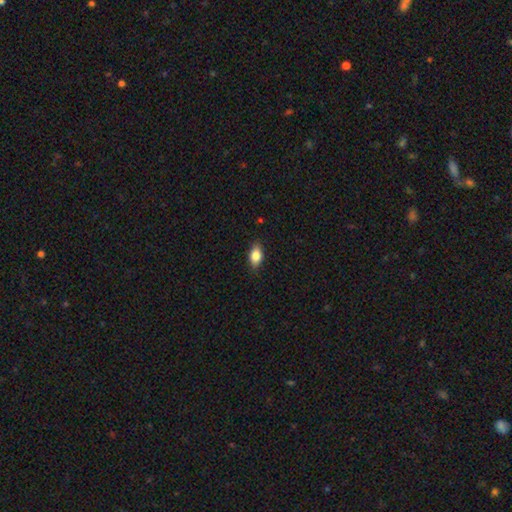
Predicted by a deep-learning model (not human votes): Smooth or featured? smooth (81%)
How rounded? in between (86%)
Merging? none (85%)